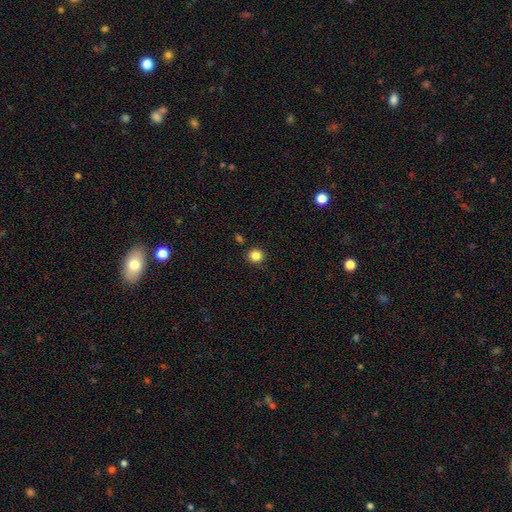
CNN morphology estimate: Overall: smooth (84%). How rounded: round (90%). Merging: none (88%).